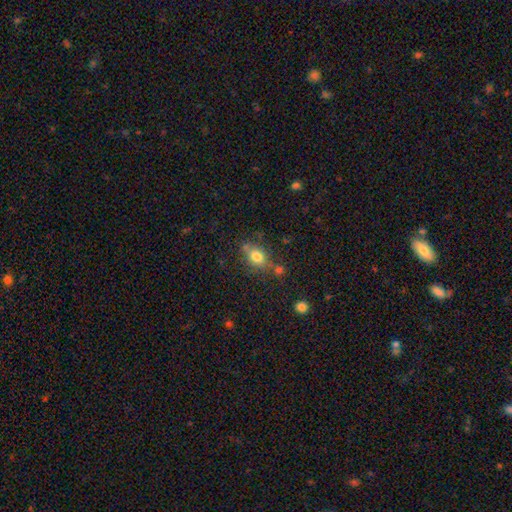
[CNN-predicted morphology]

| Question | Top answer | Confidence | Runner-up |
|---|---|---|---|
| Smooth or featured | smooth | 77% | featured or disk (12%) |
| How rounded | in between | 61% | round (36%) |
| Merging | none | 64% | minor disturbance (18%) |